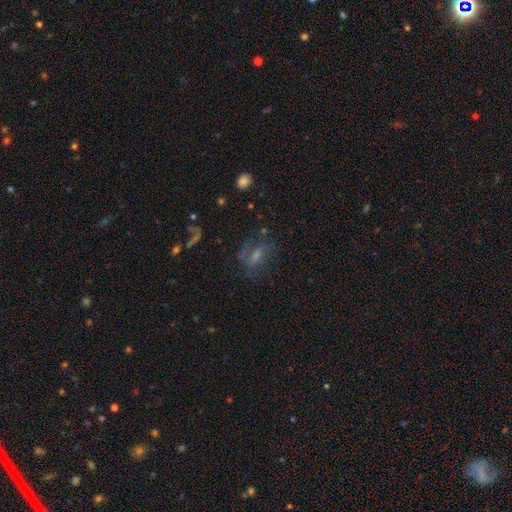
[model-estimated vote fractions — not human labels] A featured or disk galaxy (49%). Merging: none (56%).